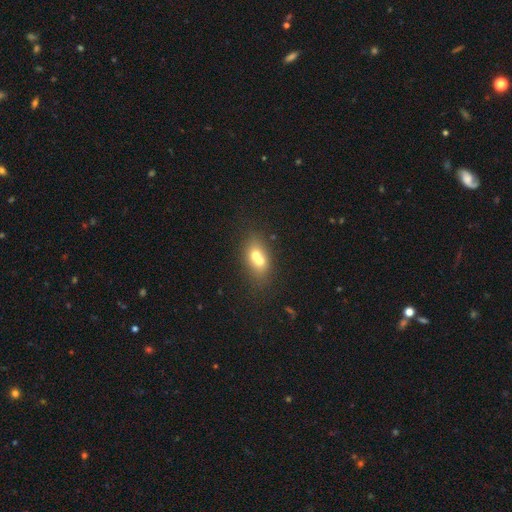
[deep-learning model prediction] This is possibly a smooth galaxy (60%). How rounded: likely in between (63%). Merging: likely merger (61%).